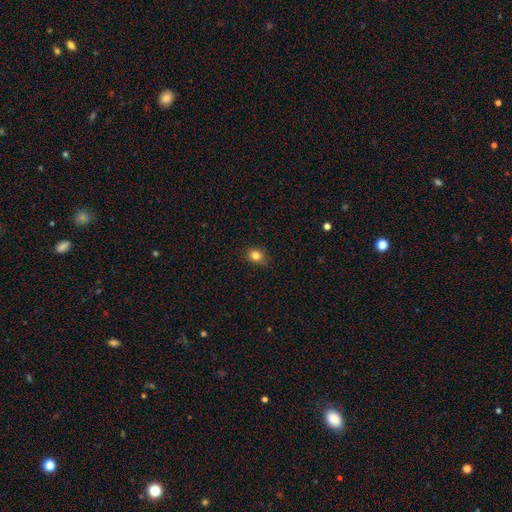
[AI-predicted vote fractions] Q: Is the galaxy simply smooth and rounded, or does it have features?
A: smooth — 82%.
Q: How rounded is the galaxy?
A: round — 65%.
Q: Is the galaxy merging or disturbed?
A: none — 86%.